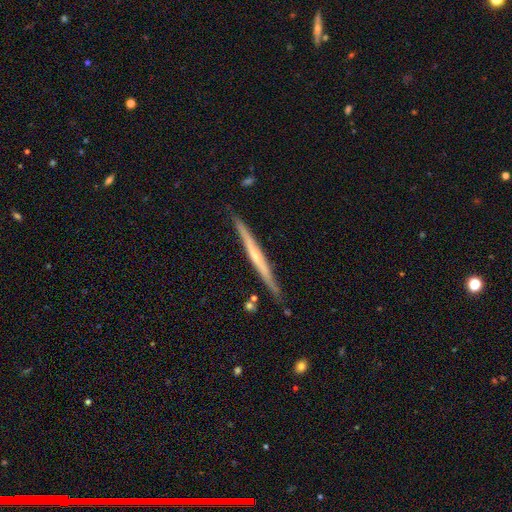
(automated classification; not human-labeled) Morphology: type=featured or disk (67%); edge-on=yes (97%); edge-on bulge=none (54%); merging=none (87%).